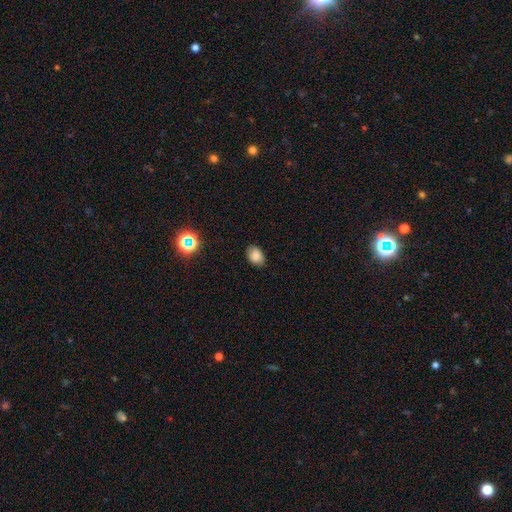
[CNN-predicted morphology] Smooth or featured?
  - smooth: 82% *
  - star or artifact: 11%
  - featured or disk: 7%
How rounded?
  - in between: 80% *
  - round: 19%
  - cigar-shaped: 1%
Merging?
  - none: 84% *
  - minor disturbance: 13%
  - major disturbance: 2%
  - merger: 1%